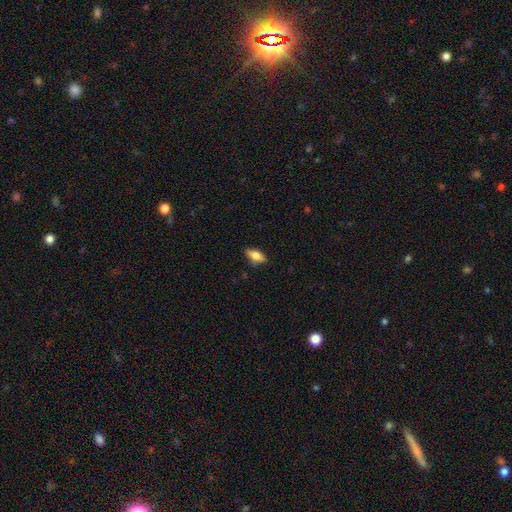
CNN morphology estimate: This is likely a smooth galaxy (63%). How rounded: likely in between (80%). Merging: likely none (79%).